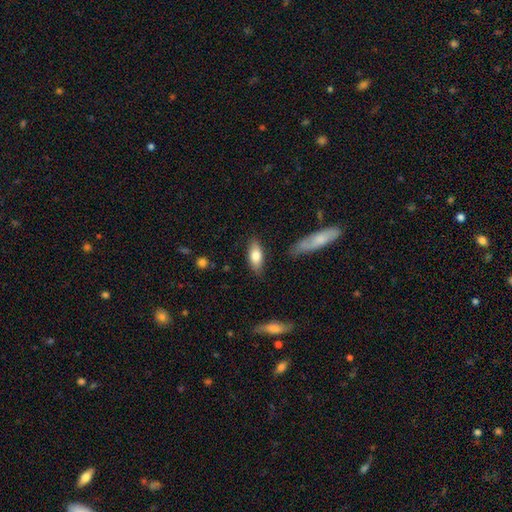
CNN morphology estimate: Smooth or featured?
  - smooth: 76% *
  - featured or disk: 18%
  - star or artifact: 6%
How rounded?
  - in between: 80% *
  - cigar-shaped: 17%
  - round: 3%
Merging?
  - none: 82% *
  - minor disturbance: 13%
  - major disturbance: 3%
  - merger: 3%